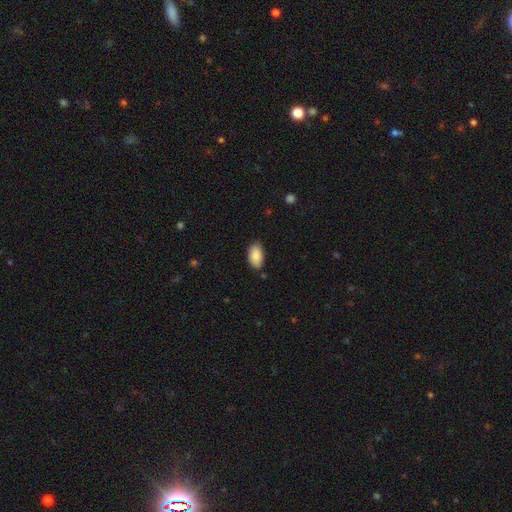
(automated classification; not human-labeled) This is clearly a smooth galaxy (89%). How rounded: clearly in between (95%). Merging: likely none (79%).